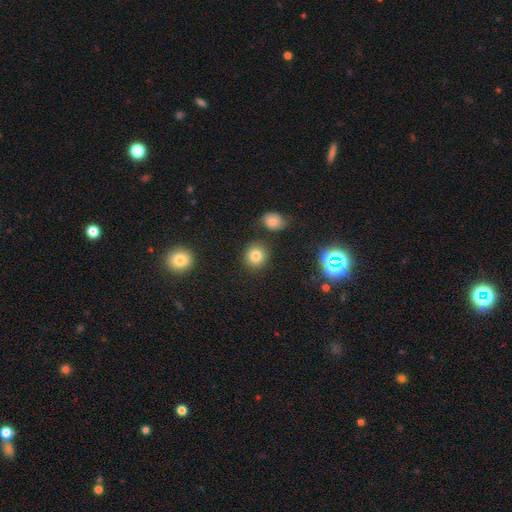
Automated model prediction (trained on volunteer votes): Smooth or featured: smooth — 79% (star or artifact — 14%)
How rounded: round — 86% (in between — 13%)
Merging: none — 83% (minor disturbance — 9%)